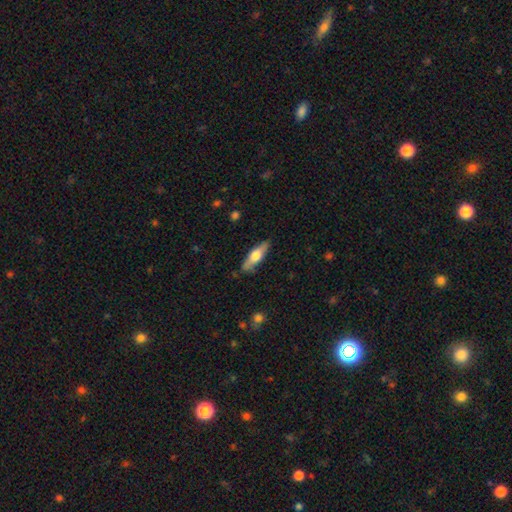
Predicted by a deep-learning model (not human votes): This is possibly a smooth galaxy (54%). How rounded: possibly cigar-shaped (57%). Merging: clearly none (85%).